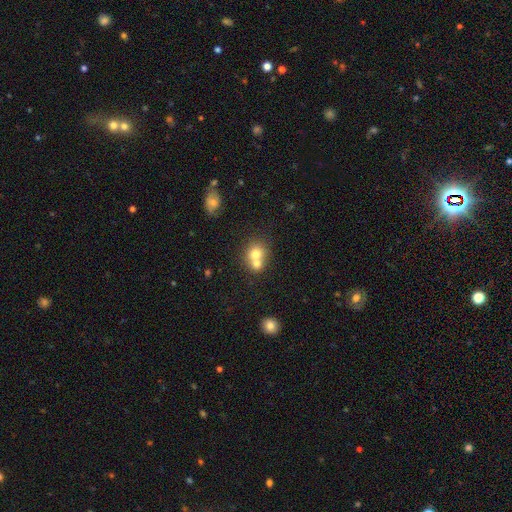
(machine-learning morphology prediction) Smooth or featured? Predicted: smooth (p=0.71). How rounded? Predicted: round (p=0.74). Merging? Predicted: merger (p=0.62).